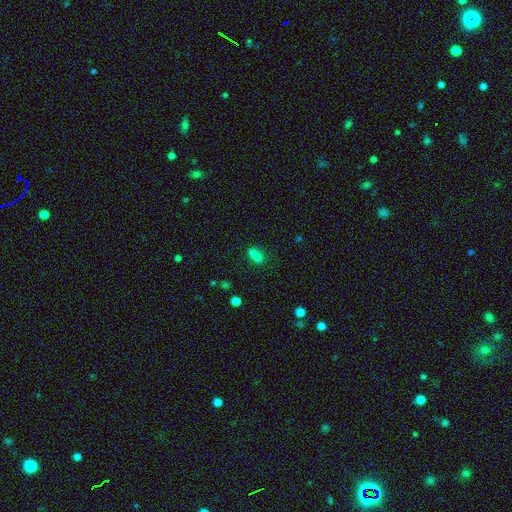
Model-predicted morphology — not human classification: smooth_or_featured: smooth (p=0.79) [alt: star or artifact p=0.13]
how_rounded: in between (p=0.71) [alt: cigar-shaped p=0.20]
merging: none (p=0.69) [alt: minor disturbance p=0.19]